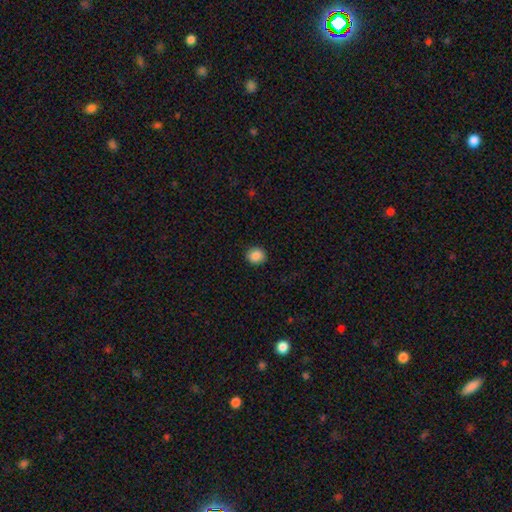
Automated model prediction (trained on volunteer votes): This is clearly a smooth galaxy (88%). How rounded: clearly round (86%). Merging: clearly none (91%).